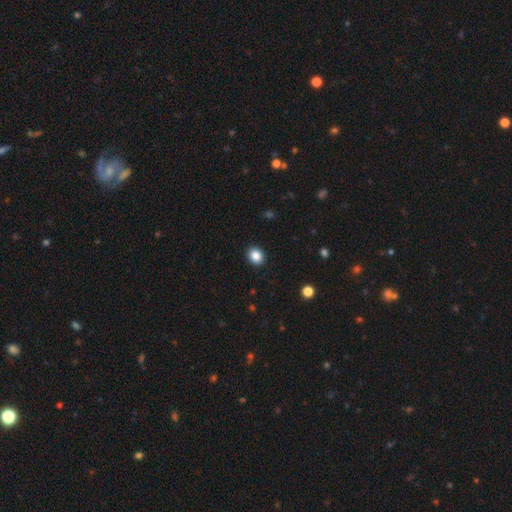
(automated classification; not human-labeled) Smooth or featured? smooth (86%)
How rounded? round (69%)
Merging? none (92%)